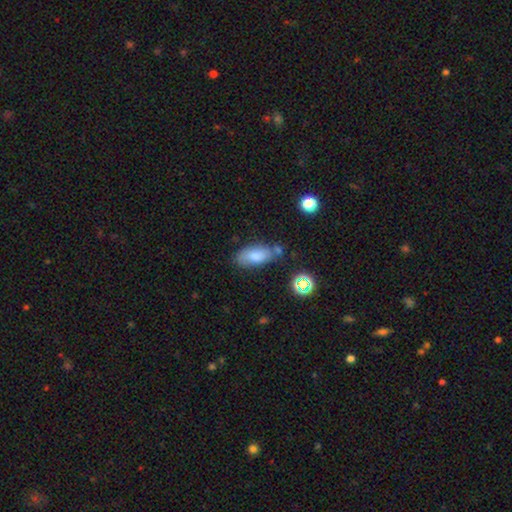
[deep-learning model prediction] smooth-or-featured: smooth: 80% | featured or disk: 11% | star or artifact: 10%
  how-rounded: in between: 87% | cigar-shaped: 10% | round: 3%
  merging: none: 63% | minor disturbance: 20% | merger: 11% | major disturbance: 6%